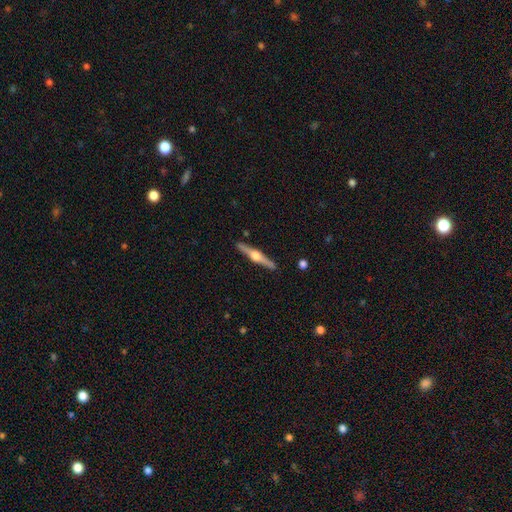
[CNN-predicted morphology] This appears to be a featured or disk galaxy (77%) viewed edge-on (98%) with a rounded central bulge (94%). Merging: none (90%).